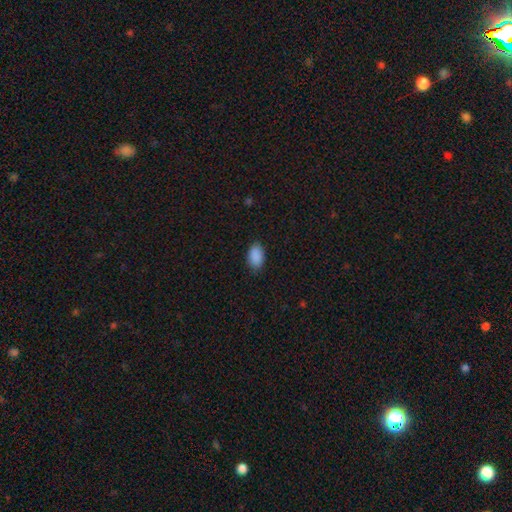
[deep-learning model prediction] smooth_or_featured: smooth (p=0.90) [alt: star or artifact p=0.07]
how_rounded: in between (p=0.92) [alt: round p=0.07]
merging: none (p=0.84) [alt: minor disturbance p=0.12]